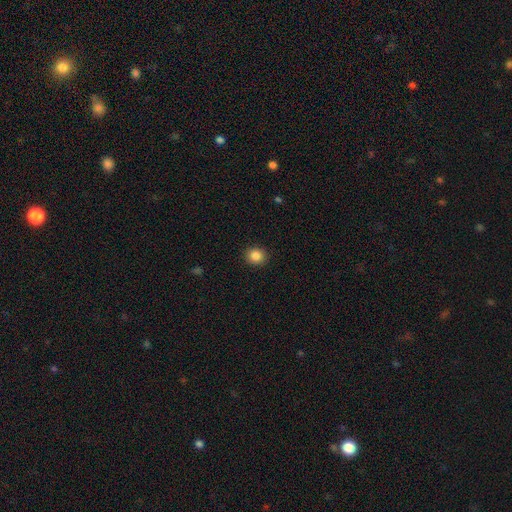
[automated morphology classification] This appears to be a smooth galaxy with no disk features (86%) that is round (80%). Merging: none (91%).